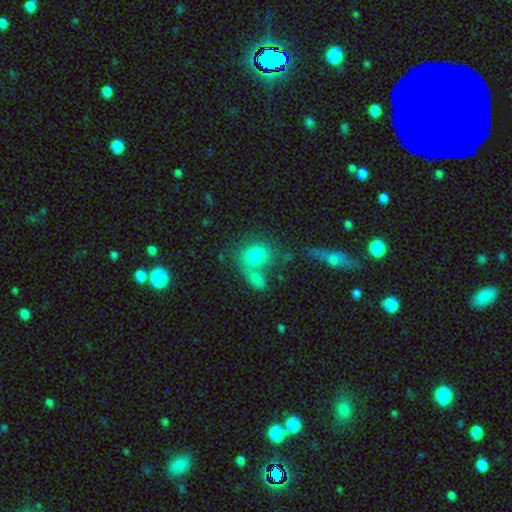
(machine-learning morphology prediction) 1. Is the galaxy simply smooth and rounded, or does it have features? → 73% smooth, 17% featured or disk, 10% star or artifact.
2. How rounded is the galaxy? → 62% round, 36% in between, 2% cigar-shaped.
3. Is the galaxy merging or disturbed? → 48% merger, 31% none, 11% minor disturbance, 10% major disturbance.